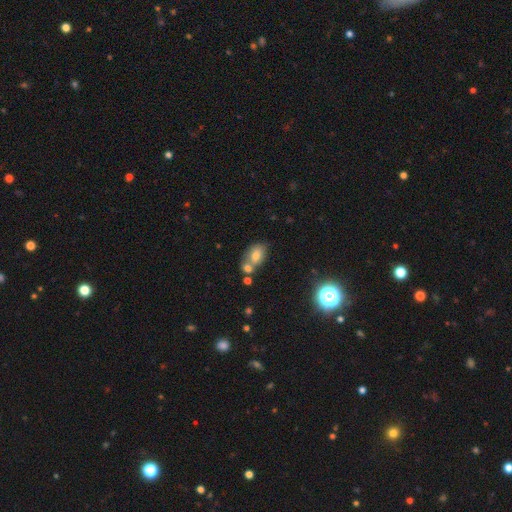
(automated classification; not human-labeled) A smooth galaxy with no disk features (71%) that is in between round and cigar-shaped (80%).

Vote fractions:
- Smooth or featured? smooth: 71% / featured or disk: 17% / star or artifact: 12%
- How rounded? in between: 80% / round: 18% / cigar-shaped: 2%
- Merging? none: 44% / merger: 39% / minor disturbance: 13% / major disturbance: 4%